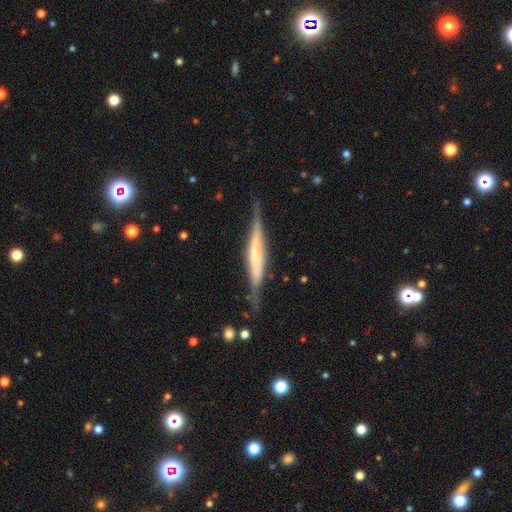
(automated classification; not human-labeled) featured or disk 63%, smooth 31%, star or artifact 6%. Down the decision tree: edge-on disk — yes (93%); edge-on bulge — boxy (39%); merging — none (71%).